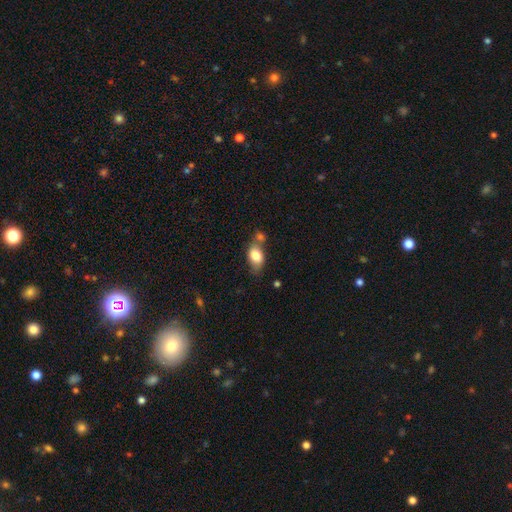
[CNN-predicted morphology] The model was most divided on "merging": none: 49%, merger: 26%, minor disturbance: 19%, major disturbance: 7%. More confident: how rounded — in between (84%); smooth or featured — smooth (80%).